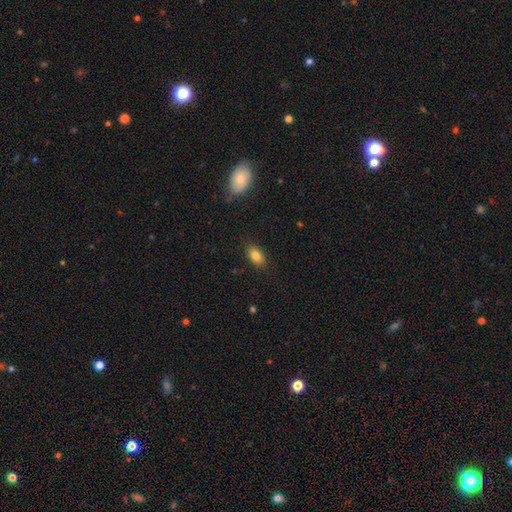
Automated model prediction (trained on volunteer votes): smooth_or_featured: smooth (p=0.81) [alt: star or artifact p=0.09]
how_rounded: in between (p=0.86) [alt: round p=0.11]
merging: none (p=0.86) [alt: minor disturbance p=0.10]